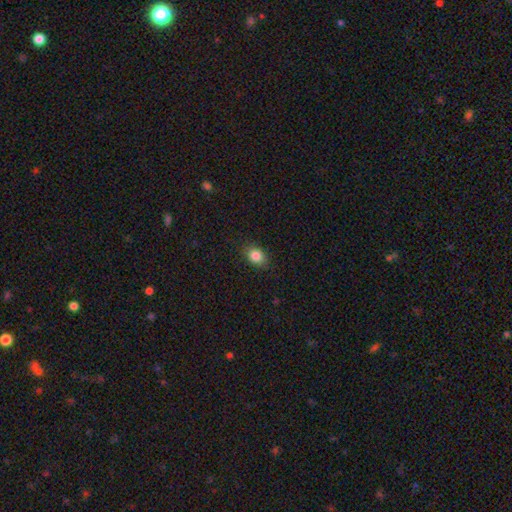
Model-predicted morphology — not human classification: A smooth galaxy with no disk features (85%) that is in between round and cigar-shaped (69%). Merging: none (86%).